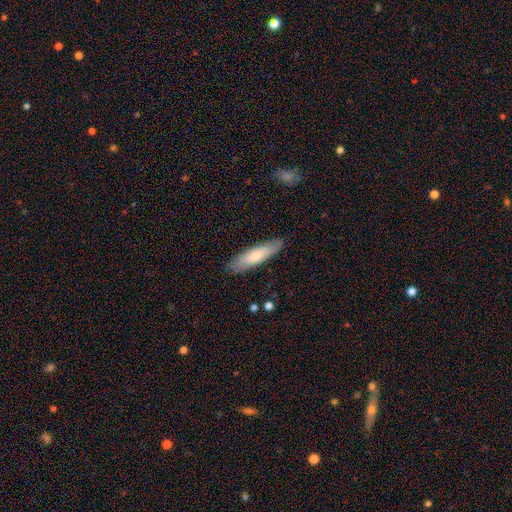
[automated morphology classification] Smooth or featured?
  - smooth: 74% *
  - featured or disk: 21%
  - star or artifact: 5%
How rounded?
  - cigar-shaped: 73% *
  - in between: 25%
  - round: 1%
Merging?
  - none: 86% *
  - minor disturbance: 11%
  - major disturbance: 2%
  - merger: 1%